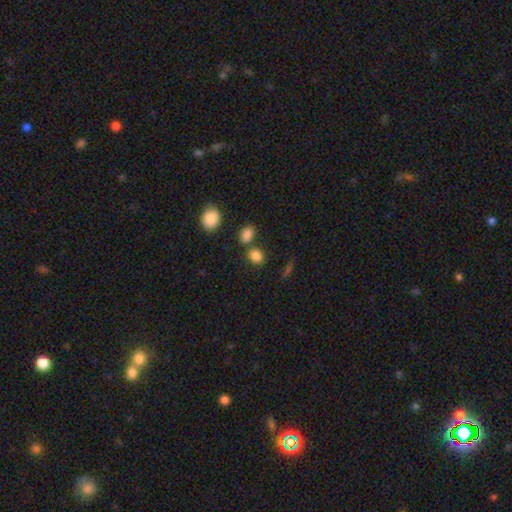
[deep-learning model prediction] Smooth or featured? smooth (84%)
How rounded? in between (50%)
Merging? none (66%)